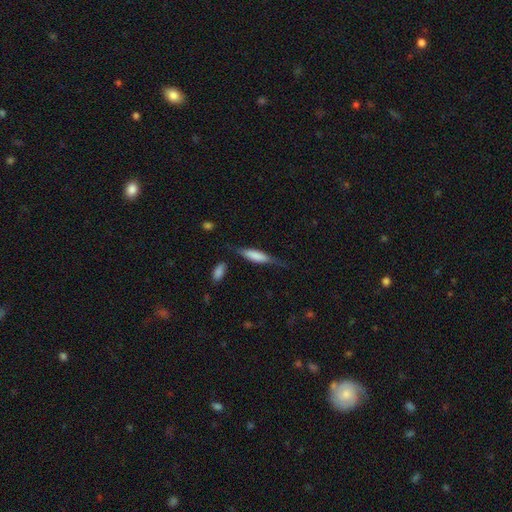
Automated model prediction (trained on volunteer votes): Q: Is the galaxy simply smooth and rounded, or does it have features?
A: smooth — 60%.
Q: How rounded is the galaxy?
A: cigar-shaped — 68%.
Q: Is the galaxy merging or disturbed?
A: none — 65%.